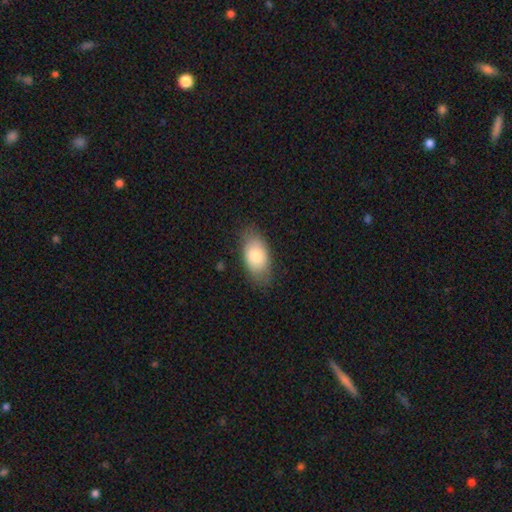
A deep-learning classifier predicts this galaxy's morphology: Smooth or featured? Predicted: smooth (p=0.80). How rounded? Predicted: in between (p=0.92). Merging? Predicted: none (p=0.77).